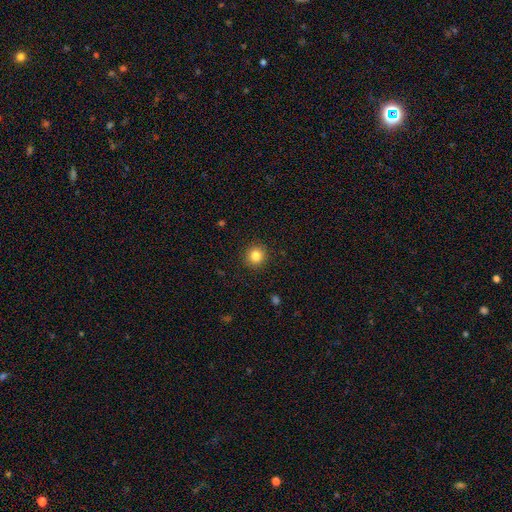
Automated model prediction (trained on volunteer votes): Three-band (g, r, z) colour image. It shows a smooth galaxy with no disk features (84%) that is round (93%). Merging: none (92%).